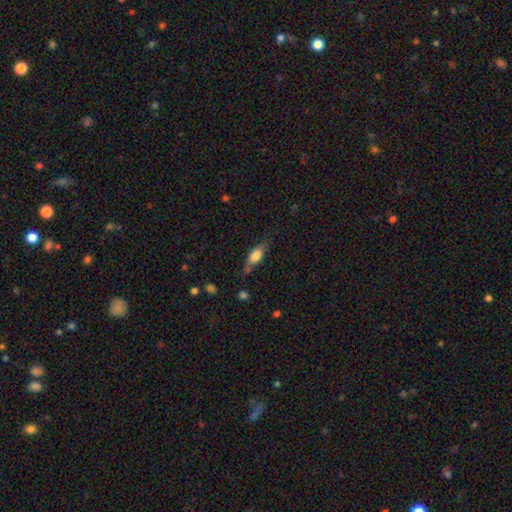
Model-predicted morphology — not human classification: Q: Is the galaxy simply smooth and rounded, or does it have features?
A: smooth — 63%.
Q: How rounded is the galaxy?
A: in between — 64%.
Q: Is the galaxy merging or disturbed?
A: none — 67%.